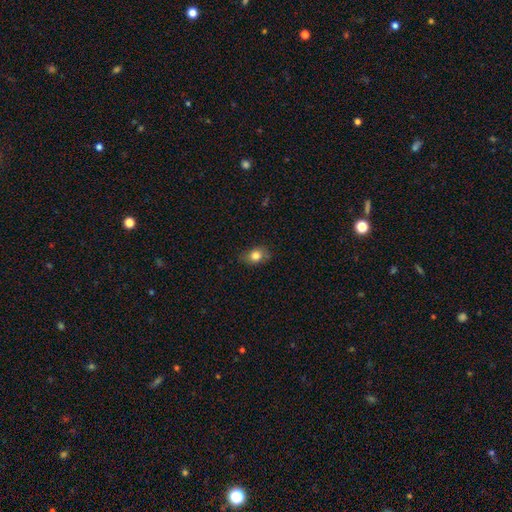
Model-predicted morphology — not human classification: A smooth galaxy with no disk features (79%) that is in between round and cigar-shaped (65%). Merging: none (77%).